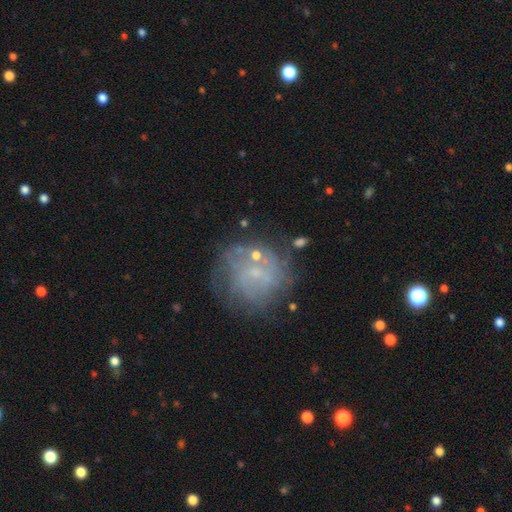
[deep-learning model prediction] Smooth or featured? featured or disk (54%)
Edge-on disk? no (97%)
Bar? no (69%)
Spiral arms? no (51%)
Bulge size? small (60%)
Merging? none (64%)